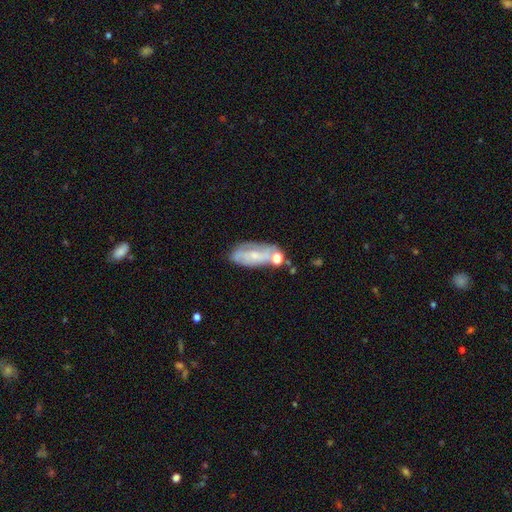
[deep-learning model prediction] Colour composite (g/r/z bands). It shows a featured or disk galaxy (54%). Merging: none (49%).